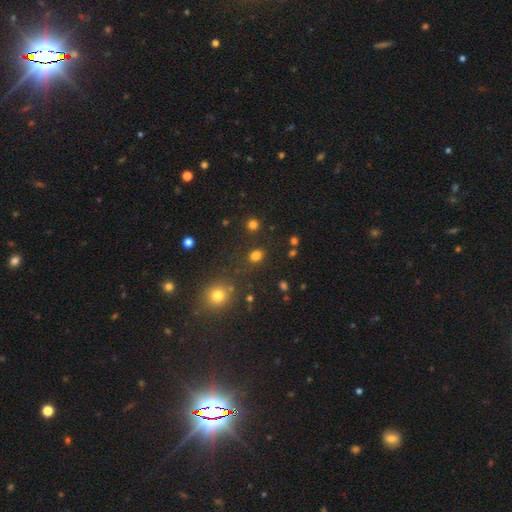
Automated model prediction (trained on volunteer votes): A smooth galaxy with no disk features (78%) that is round (61%). Merging: none (83%).